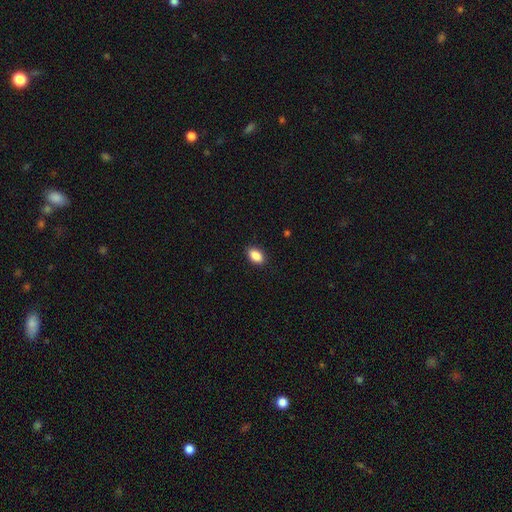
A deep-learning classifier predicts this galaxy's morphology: Q: Smooth or featured?
A: smooth (89%); runner-up: star or artifact (8%)
Q: How rounded?
A: in between (91%); runner-up: round (7%)
Q: Merging?
A: none (89%); runner-up: minor disturbance (8%)